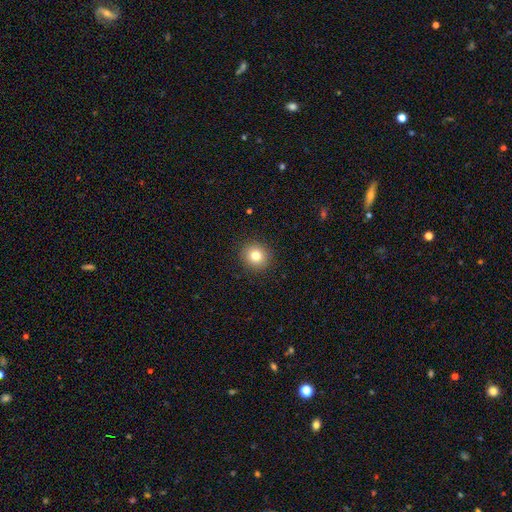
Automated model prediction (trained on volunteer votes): smooth_or_featured: smooth (p=0.80) [alt: star or artifact p=0.12]
how_rounded: round (p=0.90) [alt: in between p=0.09]
merging: none (p=0.91) [alt: minor disturbance p=0.06]